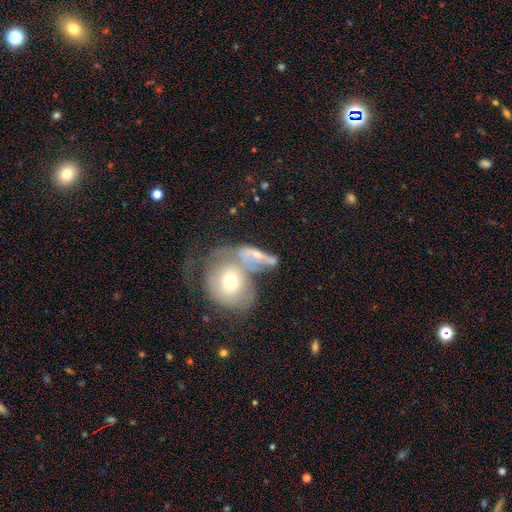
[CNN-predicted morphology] Smooth or featured?
  - smooth: 46% *
  - featured or disk: 45%
  - star or artifact: 10%
Merging?
  - merger: 58% *
  - none: 18%
  - major disturbance: 13%
  - minor disturbance: 11%